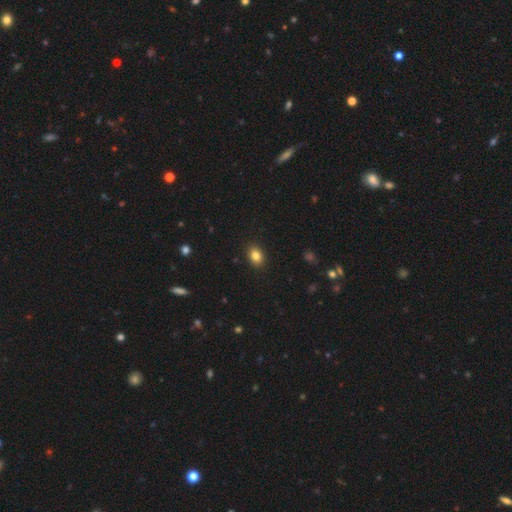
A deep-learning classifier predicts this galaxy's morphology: This is clearly a smooth galaxy (84%). How rounded: likely in between (68%). Merging: clearly none (90%).